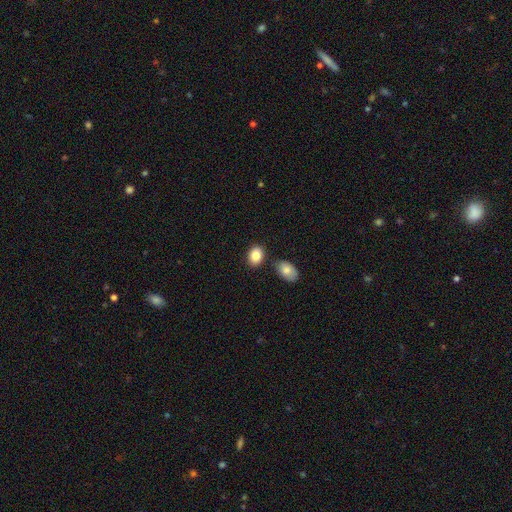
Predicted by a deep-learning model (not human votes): smooth_or_featured: smooth (p=0.85) [alt: featured or disk p=0.08]
how_rounded: in between (p=0.73) [alt: round p=0.26]
merging: none (p=0.76) [alt: merger p=0.11]